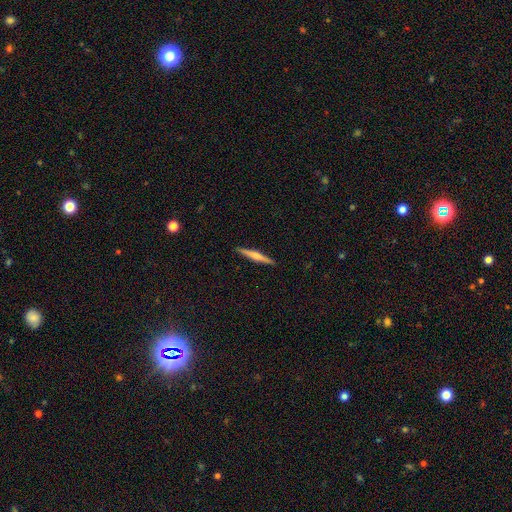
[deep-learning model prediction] Smooth or featured? Predicted: featured or disk (p=0.54). Edge-on disk? Predicted: yes (p=0.98). Edge-on bulge? Predicted: rounded (p=0.68). Merging? Predicted: none (p=0.92).